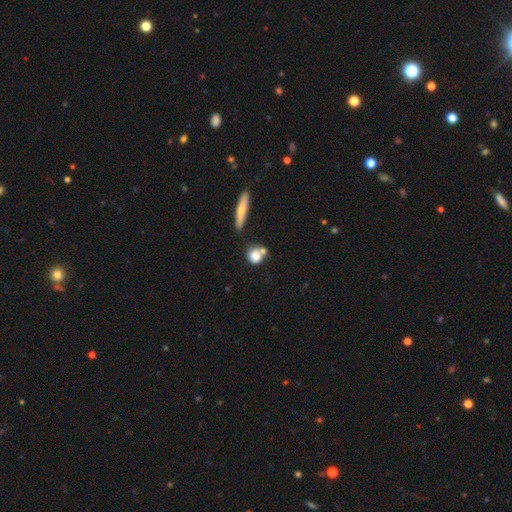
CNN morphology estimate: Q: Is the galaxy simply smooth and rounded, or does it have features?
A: smooth — 77%.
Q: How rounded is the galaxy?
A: round — 77%.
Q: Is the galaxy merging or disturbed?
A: none — 52%.